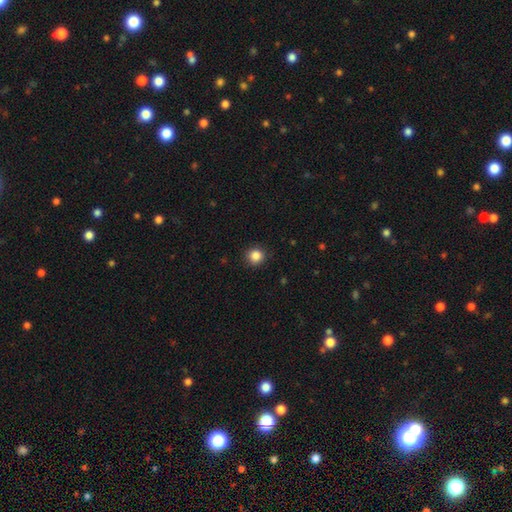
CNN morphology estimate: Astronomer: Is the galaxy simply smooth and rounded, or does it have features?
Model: smooth — 85%.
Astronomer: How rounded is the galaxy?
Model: round — 92%.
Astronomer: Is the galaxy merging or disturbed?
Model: none — 89%.